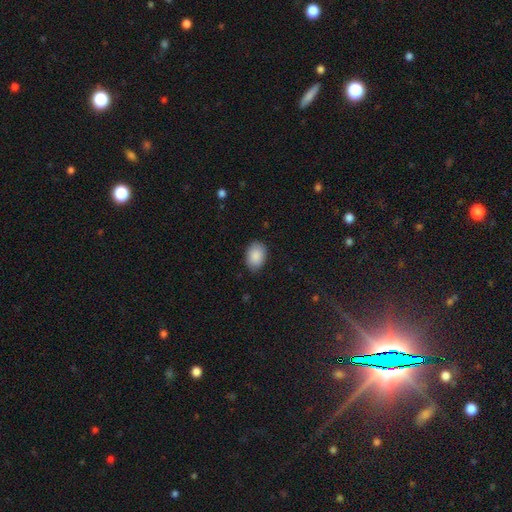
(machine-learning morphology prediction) Q: Smooth or featured?
A: smooth (89%); runner-up: star or artifact (7%)
Q: How rounded?
A: in between (83%); runner-up: round (16%)
Q: Merging?
A: none (83%); runner-up: minor disturbance (14%)